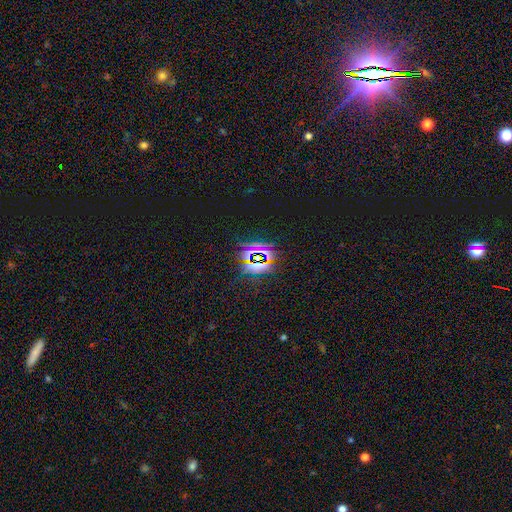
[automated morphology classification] type=star or artifact (77%).